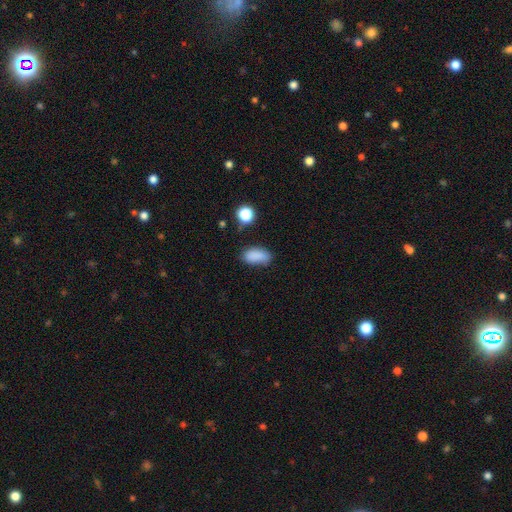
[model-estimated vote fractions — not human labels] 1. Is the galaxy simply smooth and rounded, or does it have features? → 84% smooth, 10% star or artifact, 5% featured or disk.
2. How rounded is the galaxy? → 90% in between, 5% cigar-shaped, 5% round.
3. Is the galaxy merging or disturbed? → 70% none, 22% minor disturbance, 5% major disturbance, 3% merger.